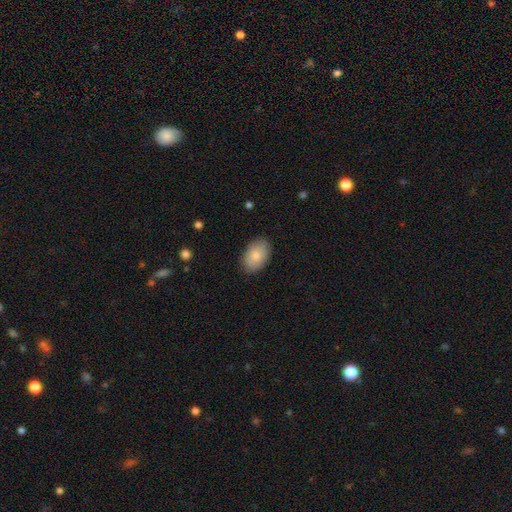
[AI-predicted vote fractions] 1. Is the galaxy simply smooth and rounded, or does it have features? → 81% smooth, 12% featured or disk, 6% star or artifact.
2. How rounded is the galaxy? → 89% in between, 10% round, 1% cigar-shaped.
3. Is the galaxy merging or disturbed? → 87% none, 10% minor disturbance, 2% major disturbance, 1% merger.